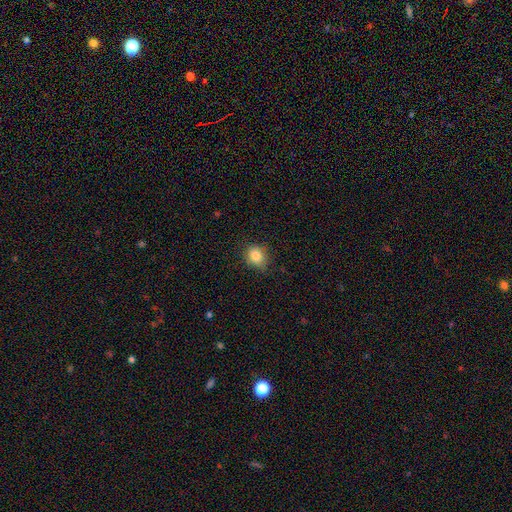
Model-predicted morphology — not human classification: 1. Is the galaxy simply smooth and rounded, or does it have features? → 85% smooth, 10% star or artifact, 5% featured or disk.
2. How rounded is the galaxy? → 58% round, 41% in between, 1% cigar-shaped.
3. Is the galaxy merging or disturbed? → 79% none, 17% minor disturbance, 3% major disturbance, 1% merger.